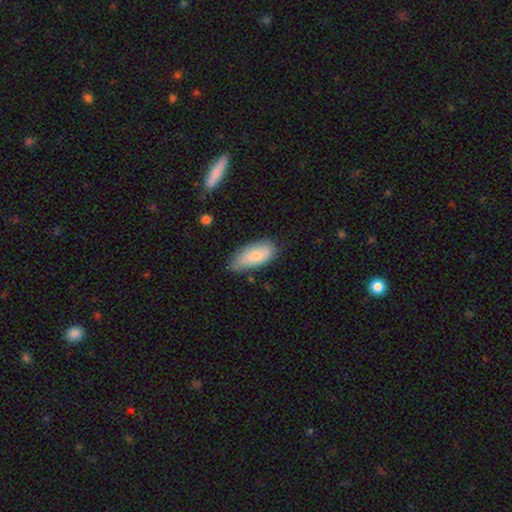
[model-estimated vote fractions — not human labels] Q: Smooth or featured?
A: smooth (78%); runner-up: featured or disk (16%)
Q: How rounded?
A: in between (90%); runner-up: cigar-shaped (8%)
Q: Merging?
A: none (61%); runner-up: minor disturbance (31%)